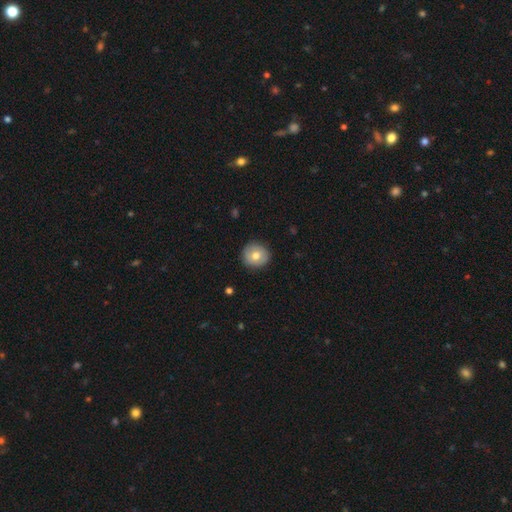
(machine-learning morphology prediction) Smooth or featured? Predicted: smooth (p=0.71). How rounded? Predicted: round (p=0.89). Merging? Predicted: none (p=0.89).